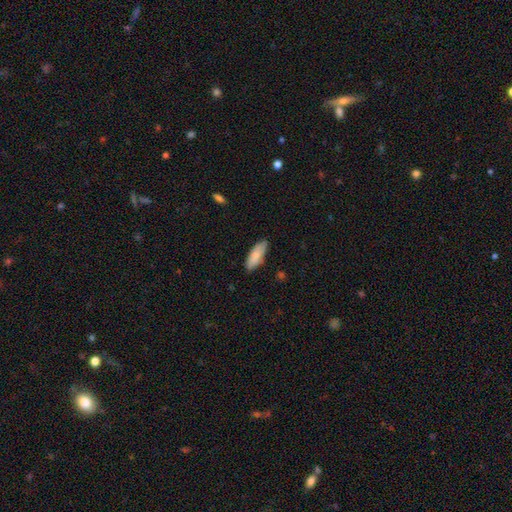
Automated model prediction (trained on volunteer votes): A smooth galaxy with no disk features (83%) that is in between round and cigar-shaped (71%).

Vote fractions:
- Smooth or featured? smooth: 83% / featured or disk: 12% / star or artifact: 6%
- How rounded? in between: 71% / cigar-shaped: 27% / round: 2%
- Merging? none: 78% / minor disturbance: 18% / major disturbance: 3% / merger: 1%